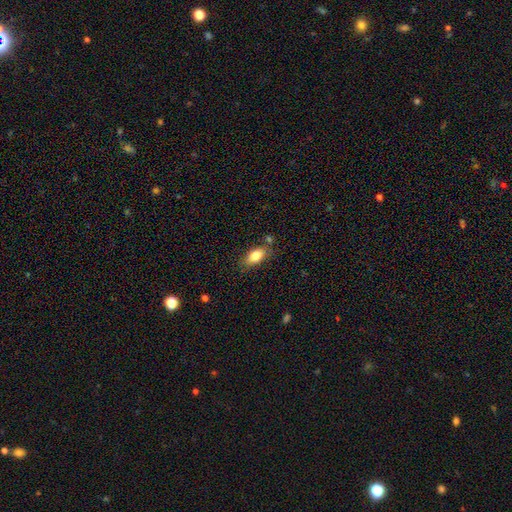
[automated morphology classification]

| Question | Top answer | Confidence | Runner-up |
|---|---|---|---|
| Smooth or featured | smooth | 80% | featured or disk (12%) |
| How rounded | in between | 87% | cigar-shaped (9%) |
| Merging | none | 74% | minor disturbance (16%) |